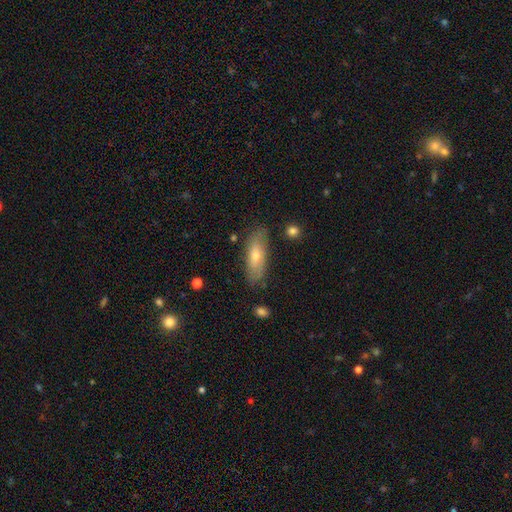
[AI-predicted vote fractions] This is possibly a smooth galaxy (56%). How rounded: likely in between (61%). Merging: clearly none (81%).